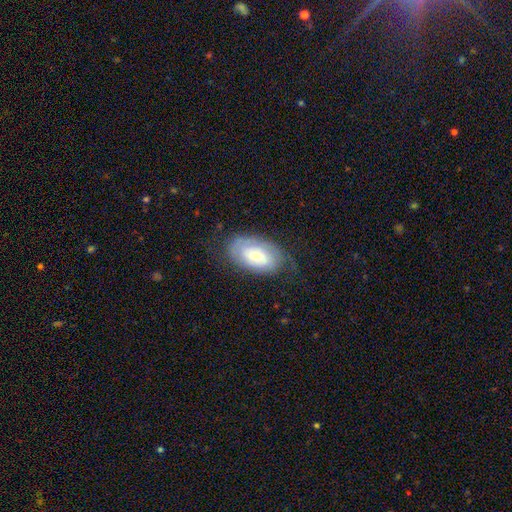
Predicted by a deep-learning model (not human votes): smooth 48%, featured or disk 44%, star or artifact 8%. Down the decision tree: merging — none (64%).